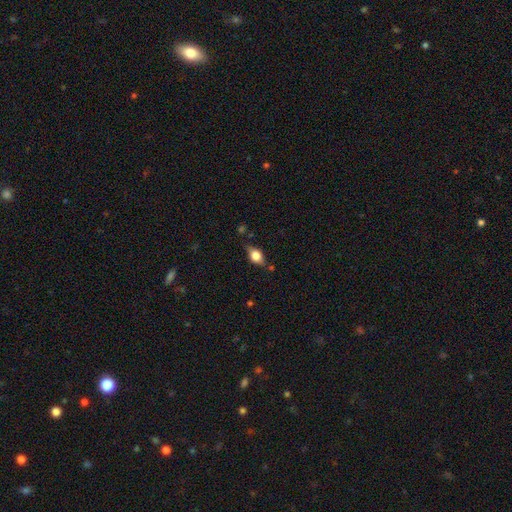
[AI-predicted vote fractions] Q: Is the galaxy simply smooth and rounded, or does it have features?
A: smooth — 67%.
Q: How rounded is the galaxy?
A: in between — 75%.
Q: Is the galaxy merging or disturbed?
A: none — 69%.